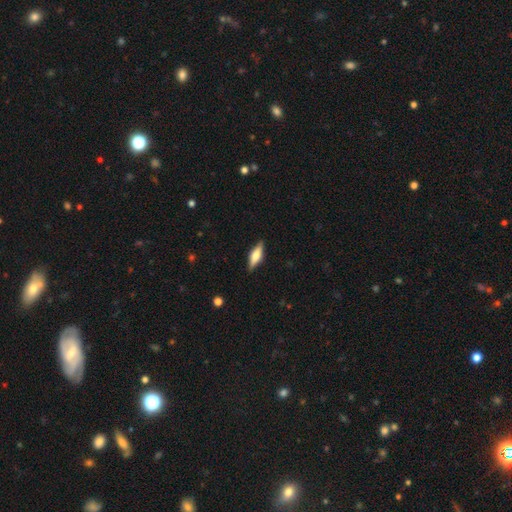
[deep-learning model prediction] Smooth or featured?
  - featured or disk: 51% *
  - smooth: 43%
  - star or artifact: 6%
Edge-on disk?
  - yes: 94% *
  - no: 6%
Merging?
  - none: 87% *
  - minor disturbance: 10%
  - major disturbance: 2%
  - merger: 1%